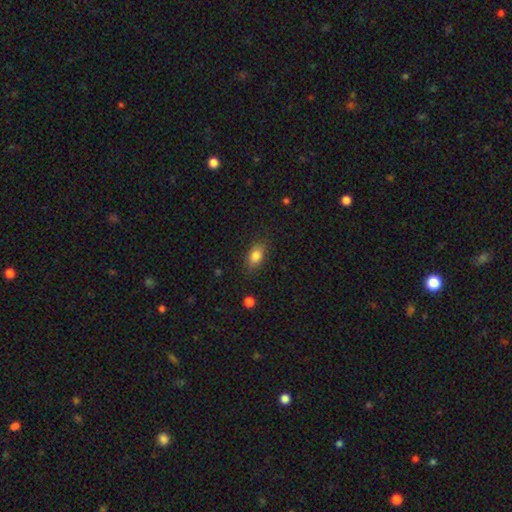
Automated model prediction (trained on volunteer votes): This is clearly a smooth galaxy (83%). How rounded: clearly in between (85%). Merging: clearly none (83%).